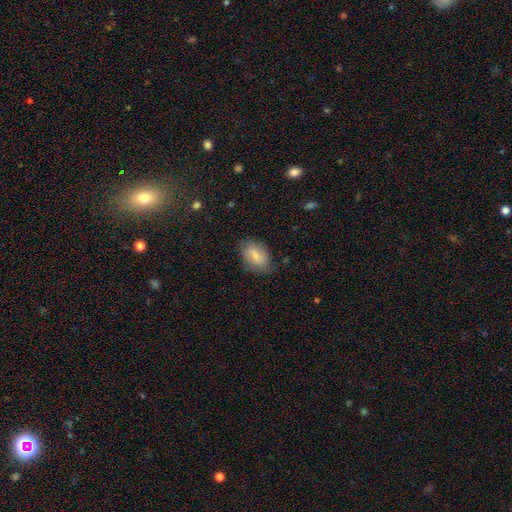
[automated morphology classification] This appears to be a smooth galaxy with no disk features (73%) that is in between round and cigar-shaped (85%). Merging: none (71%).